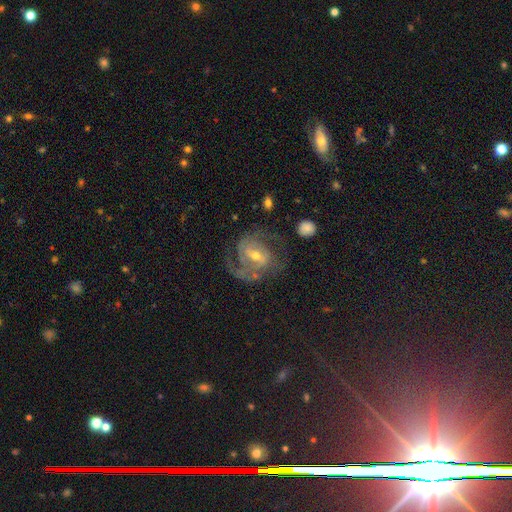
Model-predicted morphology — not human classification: smooth-or-featured: featured or disk: 87% | smooth: 7% | star or artifact: 6%
  disk-edge-on: no: 97% | yes: 3%
    bar: weak: 49% | strong: 28% | no: 23%
    has-spiral-arms: yes: 96% | no: 4%
      spiral-winding: medium: 51% | tight: 34% | loose: 15%
      spiral-arm-count: 2: 70% | can't tell: 10% | 3: 10% | 1: 5% | 4: 3% | more than 4: 2%
    bulge-size: moderate: 52% | small: 44% | large: 3% | none: 1% | dominant: 1%
  merging: none: 64% | minor disturbance: 17% | major disturbance: 17% | merger: 2%